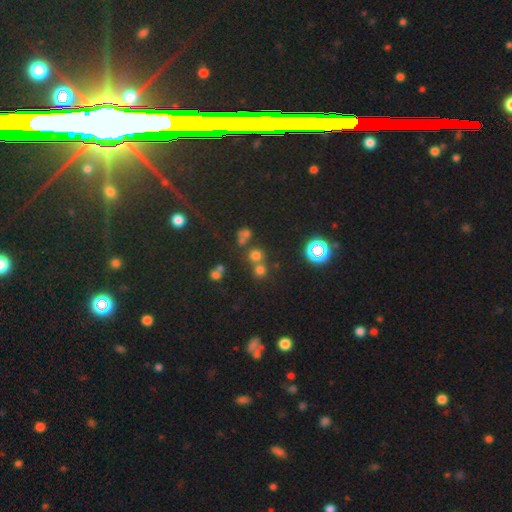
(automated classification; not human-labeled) The model was most divided on "smooth or featured": smooth: 60%, star or artifact: 31%, featured or disk: 9%. More confident: how rounded — round (89%); merging — none (59%).